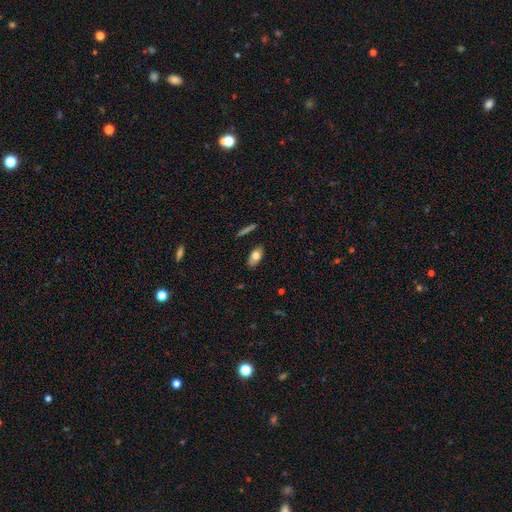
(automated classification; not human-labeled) Smooth or featured?
  - smooth: 74% *
  - featured or disk: 19%
  - star or artifact: 7%
How rounded?
  - in between: 90% *
  - cigar-shaped: 6%
  - round: 4%
Merging?
  - none: 84% *
  - minor disturbance: 11%
  - major disturbance: 2%
  - merger: 2%